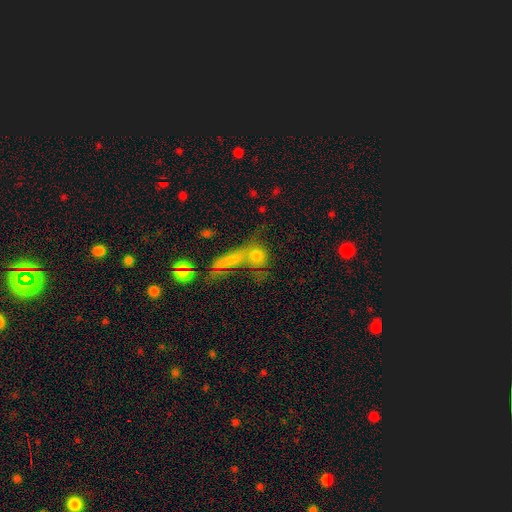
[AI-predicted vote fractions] smooth 65%, featured or disk 18%, star or artifact 16%. Down the decision tree: how rounded — round (61%); merging — merger (41%).